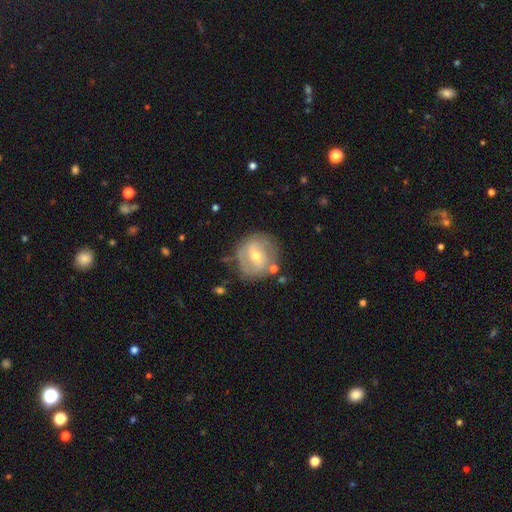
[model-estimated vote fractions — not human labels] This appears to be a featured or disk galaxy (66%) with a weak bar (49%), spiral arms (71%) and a moderate central bulge (61%). Merging: none (71%).